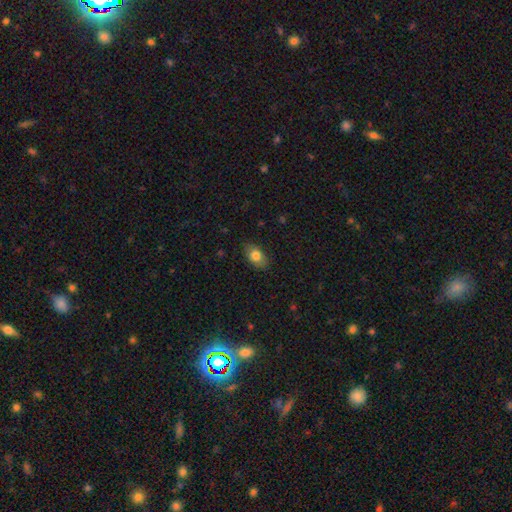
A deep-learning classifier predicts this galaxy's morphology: Smooth or featured?
  - smooth: 80% *
  - featured or disk: 11%
  - star or artifact: 9%
How rounded?
  - in between: 84% *
  - round: 14%
  - cigar-shaped: 2%
Merging?
  - none: 84% *
  - minor disturbance: 13%
  - major disturbance: 3%
  - merger: 1%